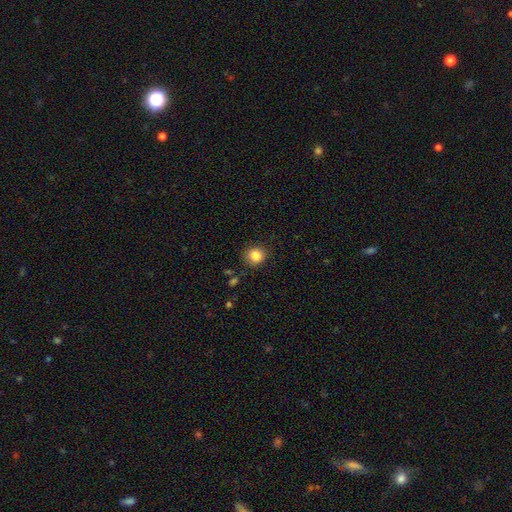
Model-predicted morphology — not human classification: Smooth or featured?
  - smooth: 85% *
  - star or artifact: 10%
  - featured or disk: 5%
How rounded?
  - round: 86% *
  - in between: 13%
  - cigar-shaped: 1%
Merging?
  - none: 86% *
  - minor disturbance: 9%
  - major disturbance: 3%
  - merger: 2%